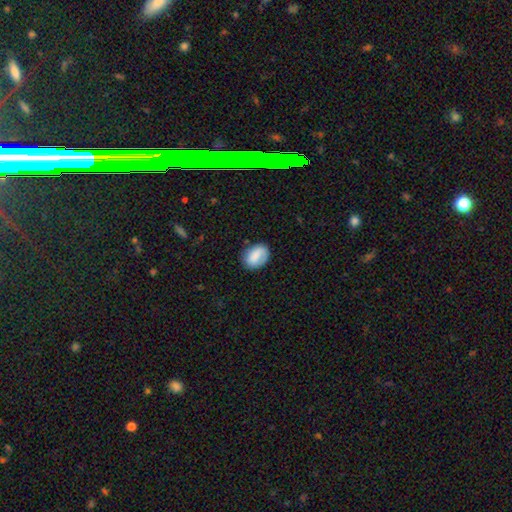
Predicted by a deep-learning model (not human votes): smooth-or-featured: smooth: 79% | featured or disk: 14% | star or artifact: 7%
  how-rounded: in between: 76% | round: 22% | cigar-shaped: 1%
  merging: none: 75% | minor disturbance: 19% | major disturbance: 5% | merger: 2%